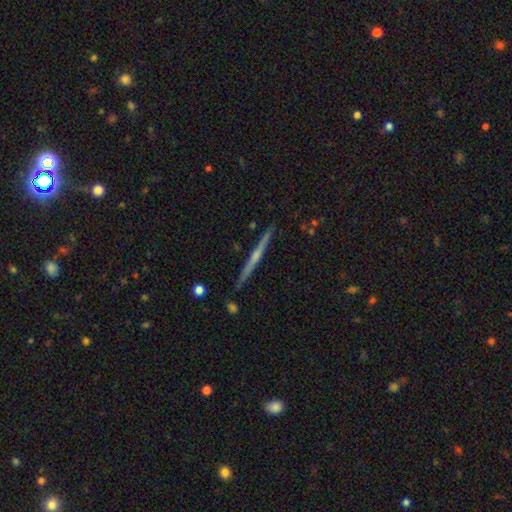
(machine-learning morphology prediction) Smooth or featured? featured or disk (72%)
Edge-on disk? yes (98%)
Edge-on bulge? rounded (53%)
Merging? none (91%)